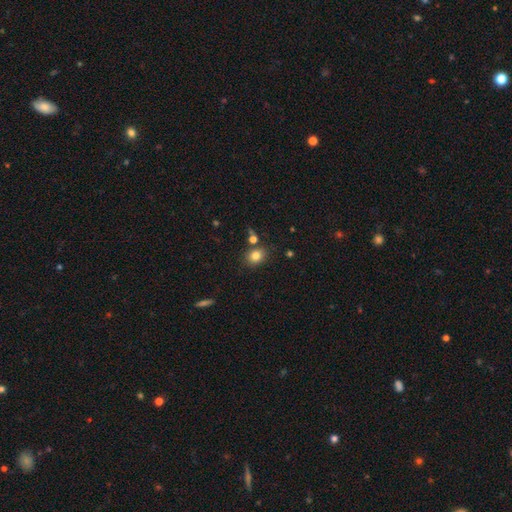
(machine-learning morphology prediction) Smooth or featured?
  - smooth: 81% *
  - star or artifact: 11%
  - featured or disk: 7%
How rounded?
  - round: 55% *
  - in between: 44%
  - cigar-shaped: 1%
Merging?
  - none: 75% *
  - minor disturbance: 12%
  - merger: 9%
  - major disturbance: 4%